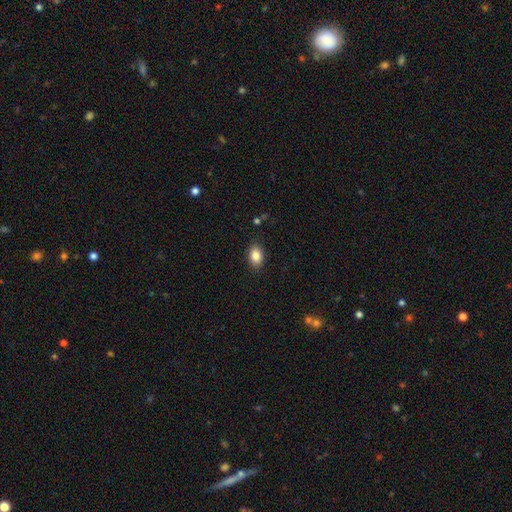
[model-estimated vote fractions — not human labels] smooth-or-featured: smooth: 85% | star or artifact: 8% | featured or disk: 6%
  how-rounded: in between: 80% | round: 18% | cigar-shaped: 1%
  merging: none: 88% | minor disturbance: 9% | major disturbance: 2% | merger: 1%